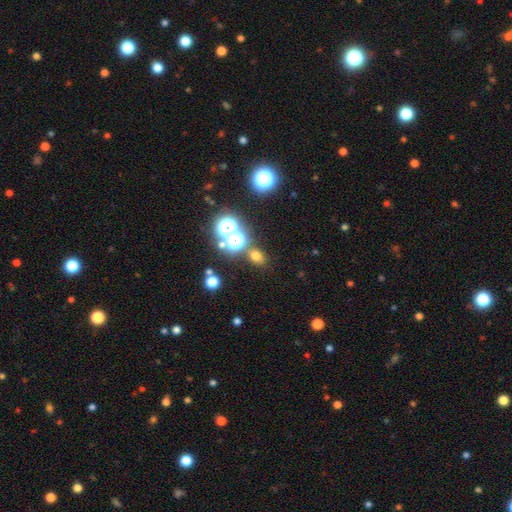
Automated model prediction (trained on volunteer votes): smooth_or_featured: smooth (p=0.62) [alt: star or artifact p=0.30]
how_rounded: round (p=0.54) [alt: in between p=0.44]
merging: none (p=0.77) [alt: merger p=0.10]